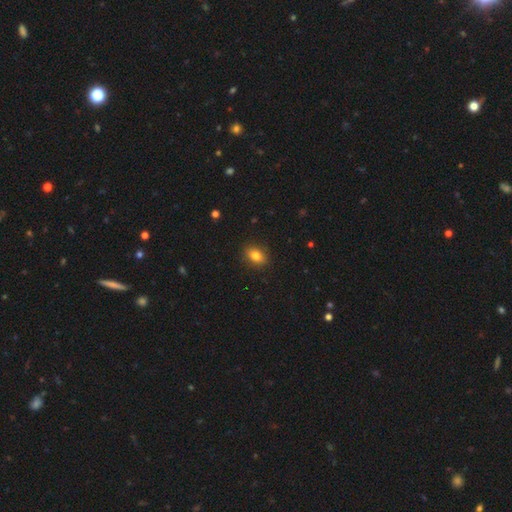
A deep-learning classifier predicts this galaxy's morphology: smooth_or_featured: smooth (p=0.82) [alt: star or artifact p=0.10]
how_rounded: in between (p=0.70) [alt: round p=0.28]
merging: none (p=0.89) [alt: minor disturbance p=0.08]